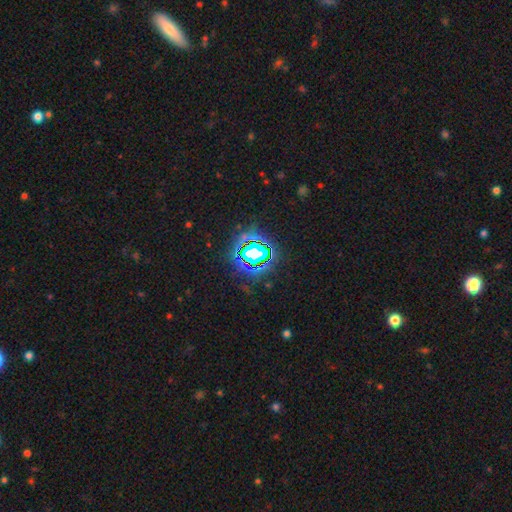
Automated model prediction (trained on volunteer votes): Smooth or featured?
  - star or artifact: 73% *
  - smooth: 15%
  - featured or disk: 12%